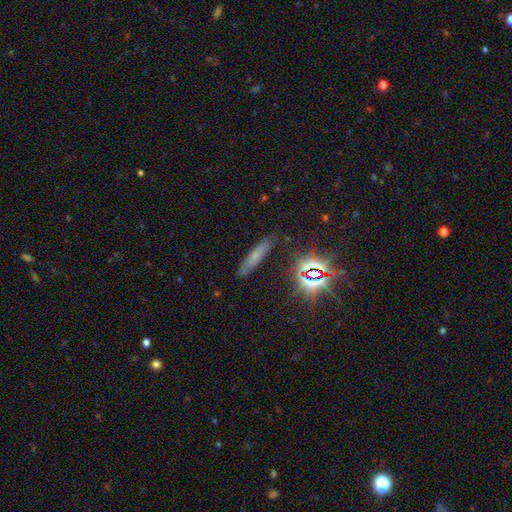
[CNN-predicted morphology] Overall: smooth (53%; star or artifact 25%). How rounded: cigar-shaped (84%). Merging: none (81%).